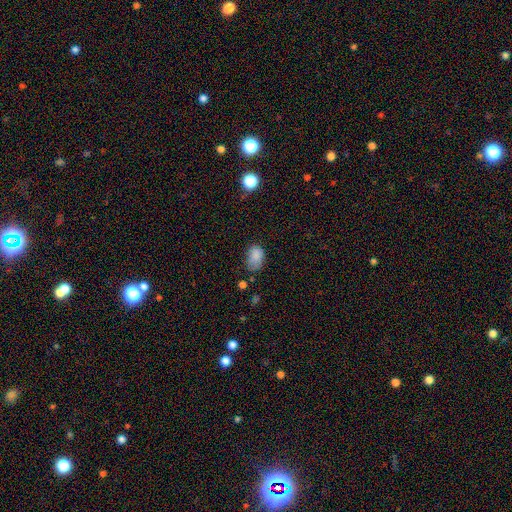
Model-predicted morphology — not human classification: This appears to be a smooth galaxy with no disk features (84%) that is in between round and cigar-shaped (84%). Merging: none (55%).